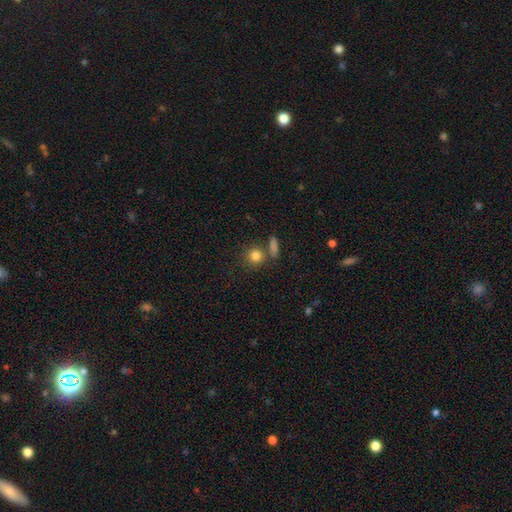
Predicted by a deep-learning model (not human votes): Overall: smooth (82%). How rounded: round (84%). Merging: none (68%).